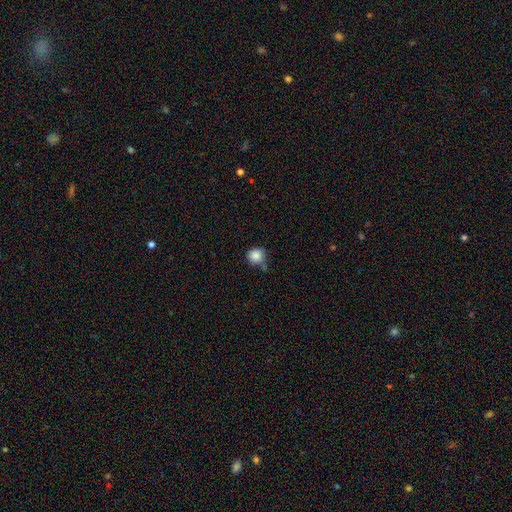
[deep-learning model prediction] Smooth or featured? smooth (86%)
How rounded? round (91%)
Merging? none (68%)